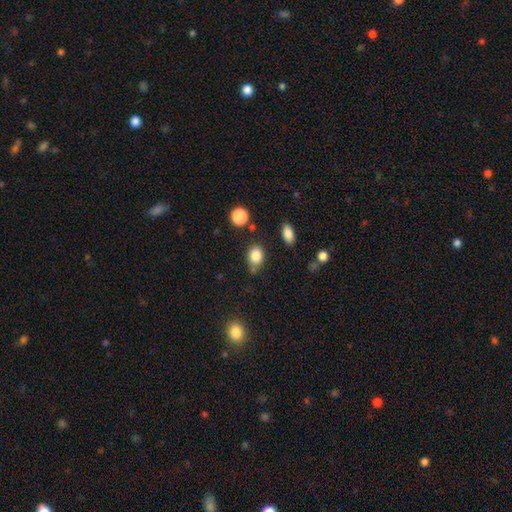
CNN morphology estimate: Smooth or featured: smooth — 84% (star or artifact — 10%)
How rounded: in between — 58% (round — 41%)
Merging: none — 65% (minor disturbance — 22%)